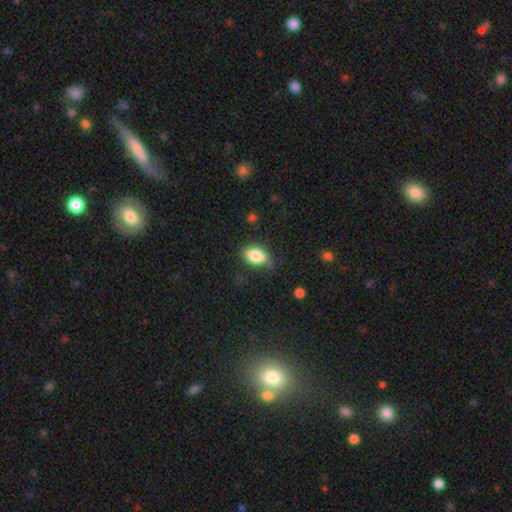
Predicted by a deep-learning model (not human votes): This appears to be a smooth galaxy with no disk features (82%) that is in between round and cigar-shaped (90%). Merging: none (65%).